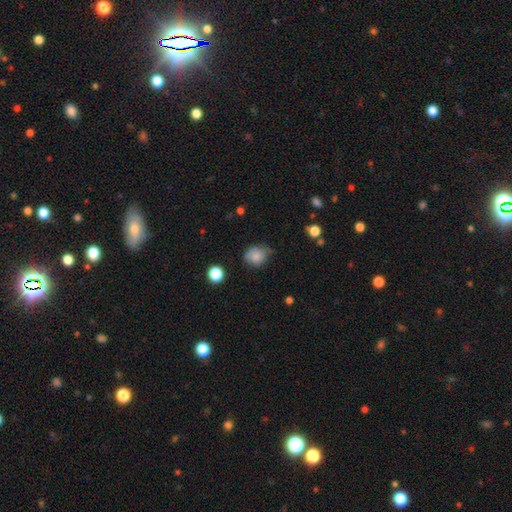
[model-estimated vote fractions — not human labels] The model was most divided on "merging": none: 52%, minor disturbance: 37%, major disturbance: 9%, merger: 3%. More confident: smooth or featured — smooth (77%); how rounded — round (60%).